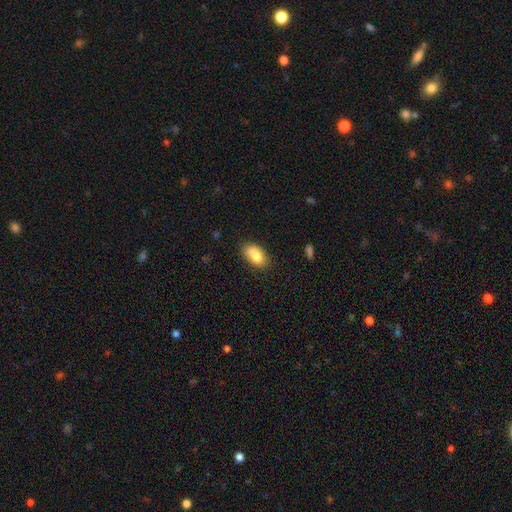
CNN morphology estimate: Smooth or featured: smooth — 80% (featured or disk — 13%)
How rounded: in between — 90% (round — 7%)
Merging: none — 60% (minor disturbance — 21%)